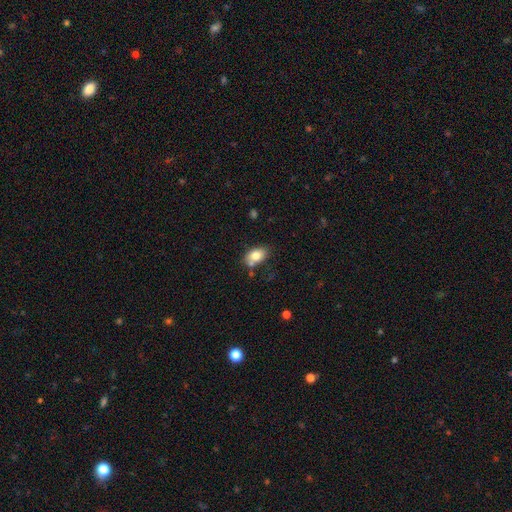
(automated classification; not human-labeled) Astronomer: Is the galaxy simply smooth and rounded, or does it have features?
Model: smooth — 79%.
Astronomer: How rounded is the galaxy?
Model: in between — 86%.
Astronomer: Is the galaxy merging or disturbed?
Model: none — 66%.